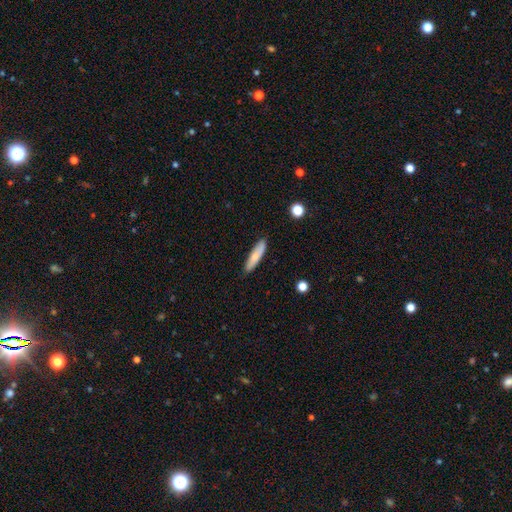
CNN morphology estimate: smooth 76%, featured or disk 18%, star or artifact 6%. Down the decision tree: how rounded — cigar-shaped (80%); merging — none (86%).